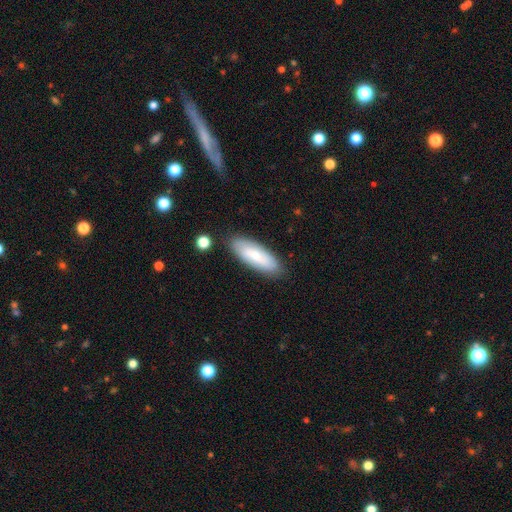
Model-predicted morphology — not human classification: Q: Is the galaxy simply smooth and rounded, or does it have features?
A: smooth — 63%.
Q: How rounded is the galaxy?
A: in between — 66%.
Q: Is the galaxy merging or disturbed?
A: none — 84%.